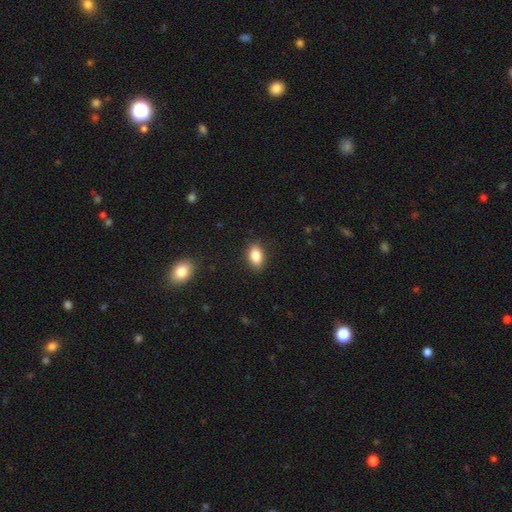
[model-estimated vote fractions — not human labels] smooth-or-featured: smooth: 86% | star or artifact: 8% | featured or disk: 6%
  how-rounded: in between: 89% | round: 9% | cigar-shaped: 2%
  merging: none: 87% | minor disturbance: 9% | major disturbance: 2% | merger: 1%